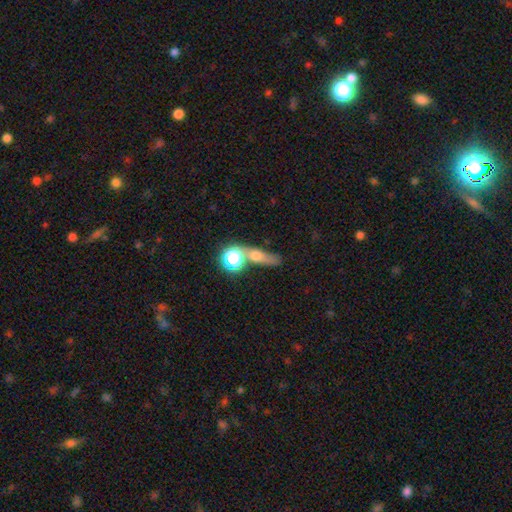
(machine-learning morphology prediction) Smooth or featured? Predicted: smooth (p=0.55). How rounded? Predicted: cigar-shaped (p=0.38). Merging? Predicted: none (p=0.51).